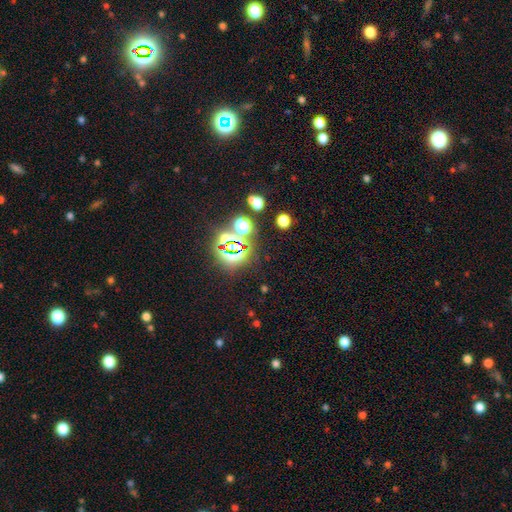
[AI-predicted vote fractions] Q: Smooth or featured?
A: star or artifact (79%); runner-up: smooth (13%)